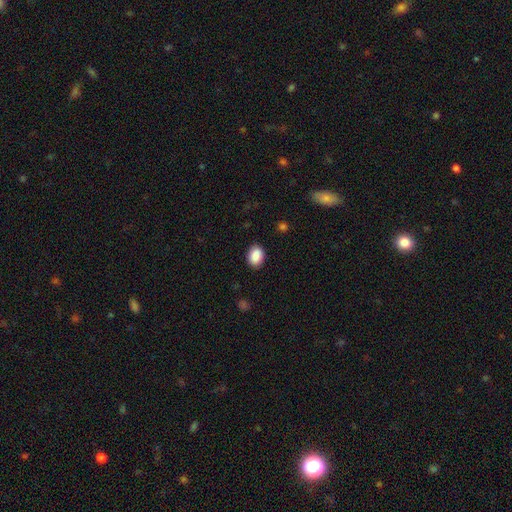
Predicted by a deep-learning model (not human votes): Smooth or featured? Predicted: smooth (p=0.89). How rounded? Predicted: in between (p=0.71). Merging? Predicted: none (p=0.86).